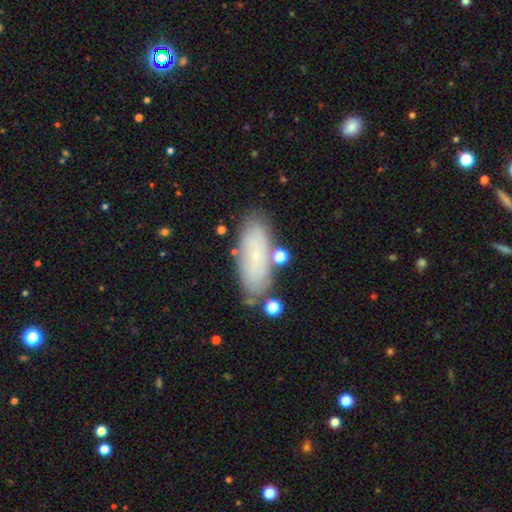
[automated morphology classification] smooth_or_featured: smooth (p=0.60) [alt: featured or disk p=0.30]
how_rounded: in between (p=0.75) [alt: cigar-shaped p=0.22]
merging: none (p=0.76) [alt: minor disturbance p=0.14]